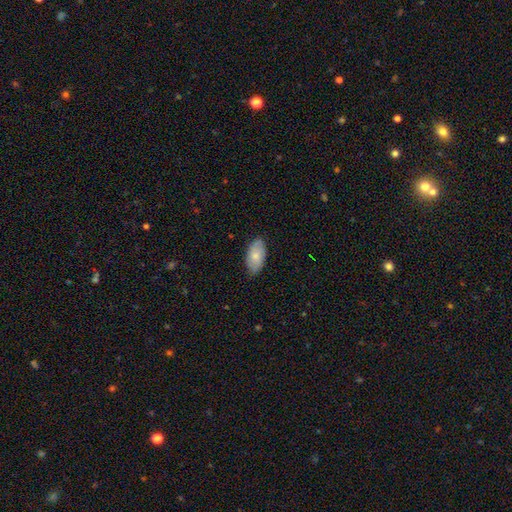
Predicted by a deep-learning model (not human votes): This is likely a smooth galaxy (77%). How rounded: clearly in between (95%). Merging: clearly none (81%).